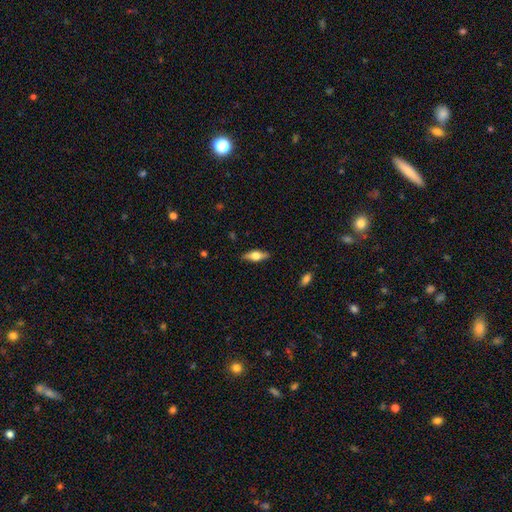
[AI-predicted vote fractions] Overall: featured or disk (49%; smooth 44%). Merging: none (85%).